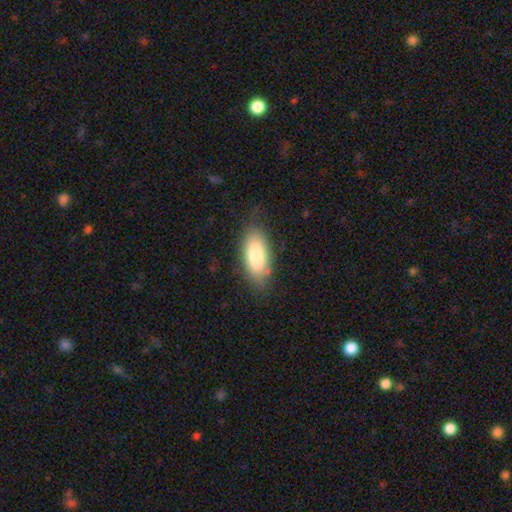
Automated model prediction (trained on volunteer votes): Overall: smooth (81%). How rounded: in between (84%). Merging: none (76%).